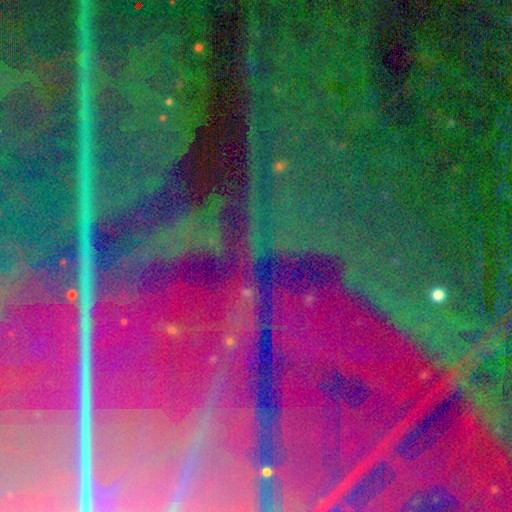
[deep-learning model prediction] This is clearly a star or artifact rather than a galaxy (89%).